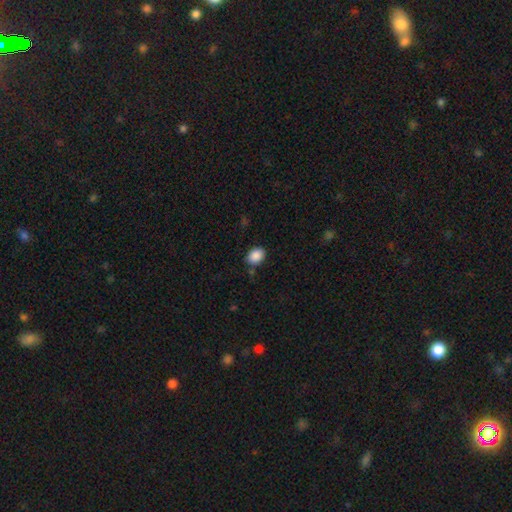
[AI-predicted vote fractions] Smooth or featured: smooth — 89% (star or artifact — 8%)
How rounded: in between — 67% (round — 32%)
Merging: none — 80% (minor disturbance — 13%)